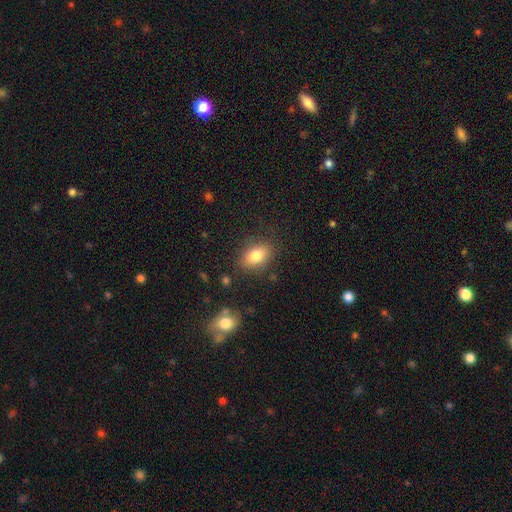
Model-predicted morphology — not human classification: Smooth or featured? smooth (81%)
How rounded? in between (85%)
Merging? none (83%)